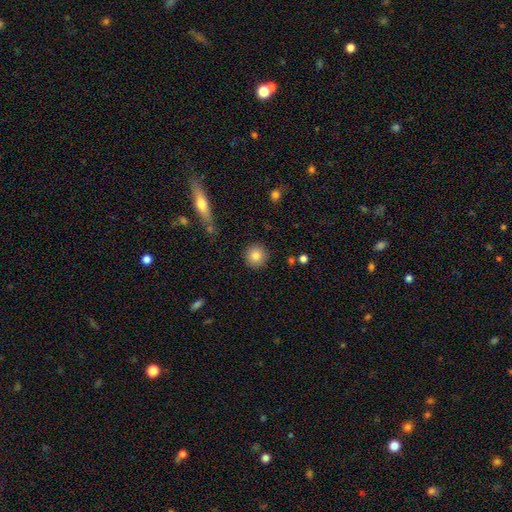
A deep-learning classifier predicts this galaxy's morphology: type=smooth (83%); roundness=round (94%); merging=none (90%).